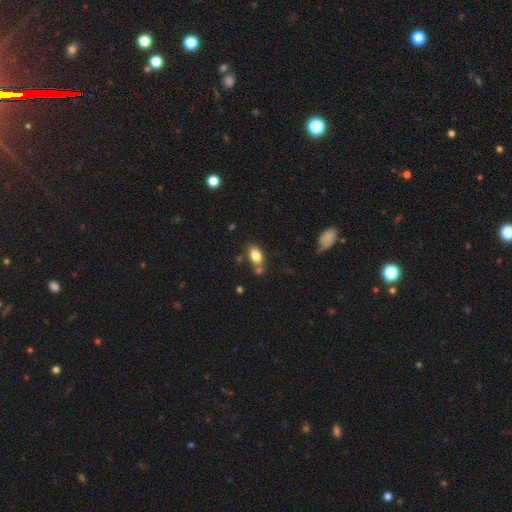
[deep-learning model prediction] Smooth or featured? smooth (82%)
How rounded? in between (87%)
Merging? none (66%)